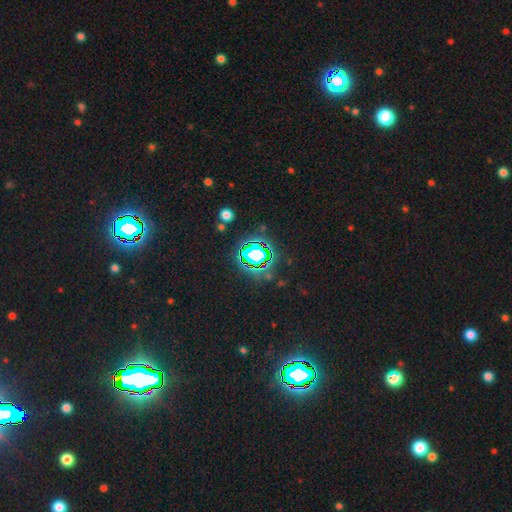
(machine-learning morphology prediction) smooth-or-featured: star or artifact: 72% | smooth: 17% | featured or disk: 12%